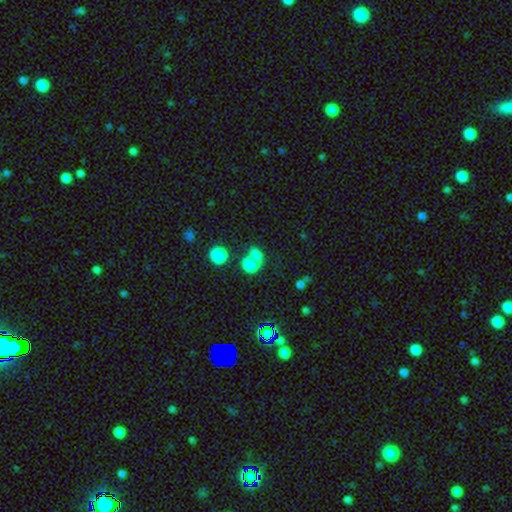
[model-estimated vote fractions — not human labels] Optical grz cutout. It shows a smooth galaxy with no disk features (73%) that is round (59%). Merging: merger (51%).